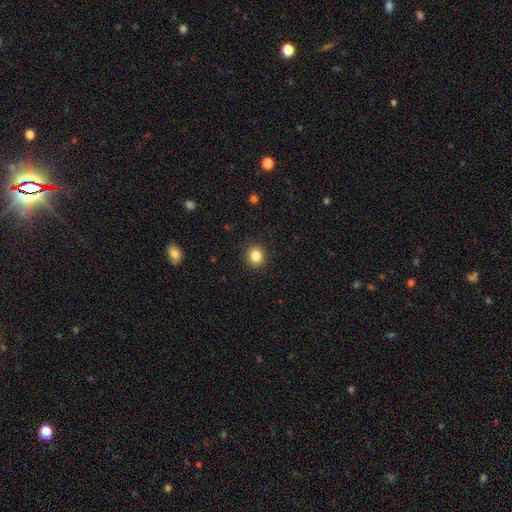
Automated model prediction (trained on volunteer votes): smooth-or-featured: smooth: 84% | star or artifact: 11% | featured or disk: 6%
  how-rounded: round: 77% | in between: 22% | cigar-shaped: 1%
  merging: none: 91% | minor disturbance: 6% | major disturbance: 2% | merger: 1%